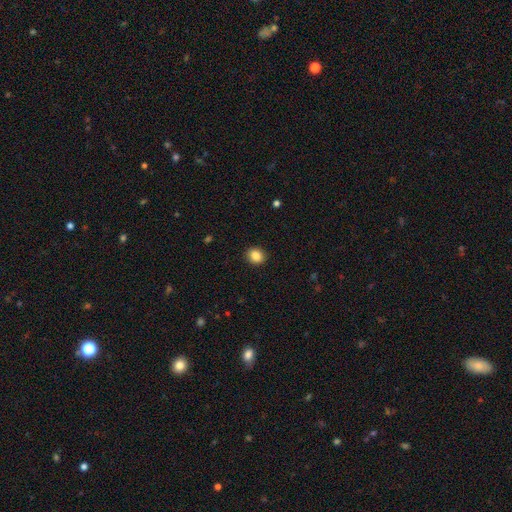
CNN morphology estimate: Overall: smooth (87%). How rounded: round (75%). Merging: none (91%).